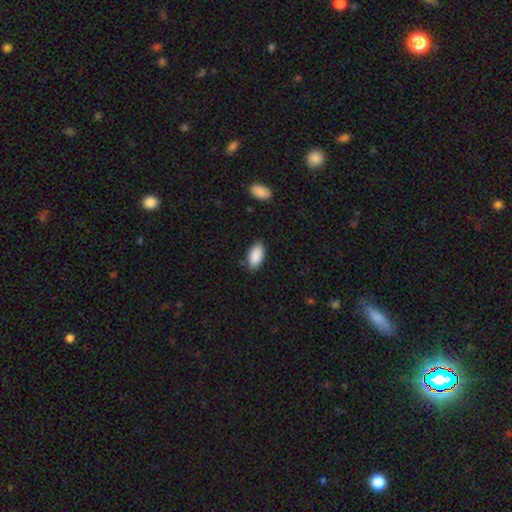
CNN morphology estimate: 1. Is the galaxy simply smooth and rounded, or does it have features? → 90% smooth, 6% star or artifact, 4% featured or disk.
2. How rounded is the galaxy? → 94% in between, 4% cigar-shaped, 2% round.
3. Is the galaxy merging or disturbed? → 82% none, 14% minor disturbance, 3% major disturbance, 2% merger.